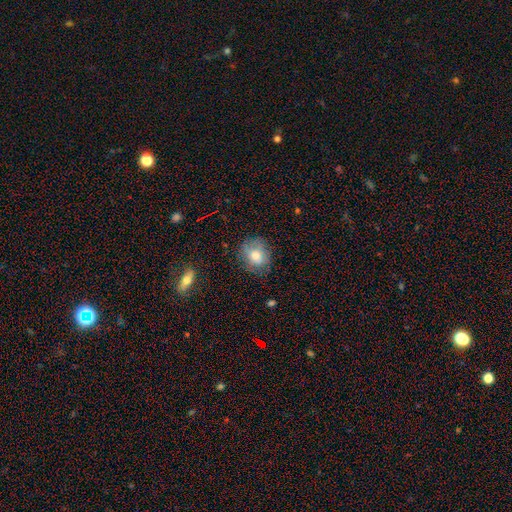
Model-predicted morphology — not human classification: smooth 71%, featured or disk 19%, star or artifact 10%. Down the decision tree: how rounded — round (66%); merging — none (70%).